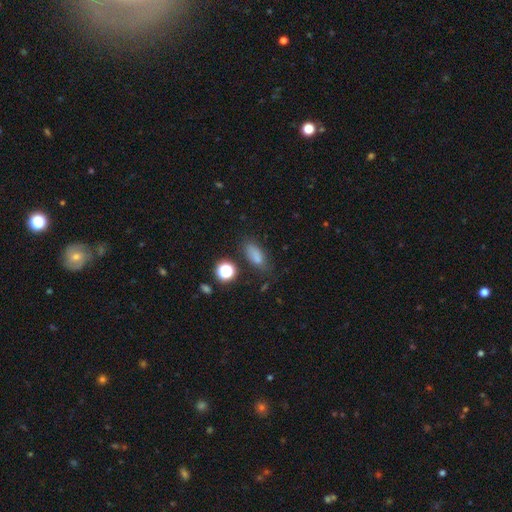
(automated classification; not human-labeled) Smooth or featured? smooth (76%)
How rounded? in between (77%)
Merging? none (63%)